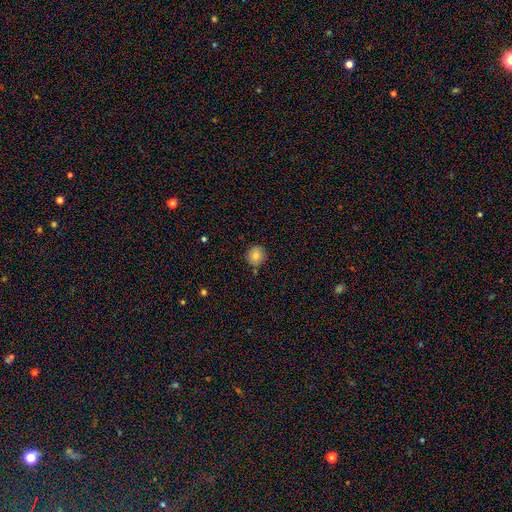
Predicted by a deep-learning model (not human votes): smooth 81%, star or artifact 10%, featured or disk 9%. Down the decision tree: how rounded — round (85%); merging — none (82%).